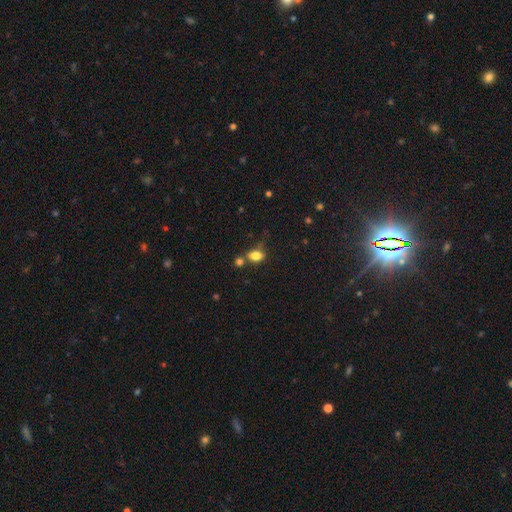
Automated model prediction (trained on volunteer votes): This appears to be a smooth galaxy with no disk features (81%) that is in between round and cigar-shaped (77%). Merging: none (50%).